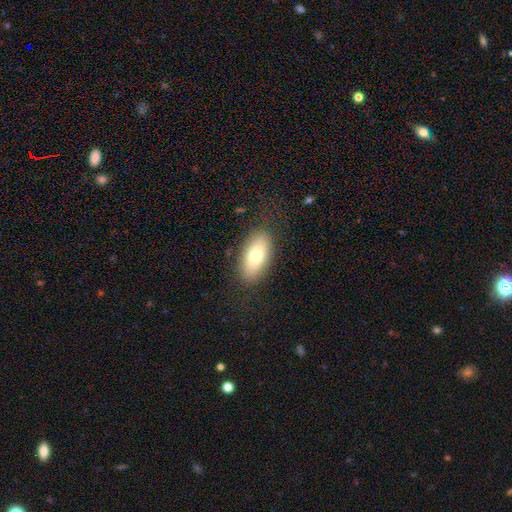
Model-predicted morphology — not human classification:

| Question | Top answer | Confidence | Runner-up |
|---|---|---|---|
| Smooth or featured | smooth | 76% | featured or disk (17%) |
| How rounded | in between | 91% | cigar-shaped (5%) |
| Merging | none | 84% | minor disturbance (11%) |